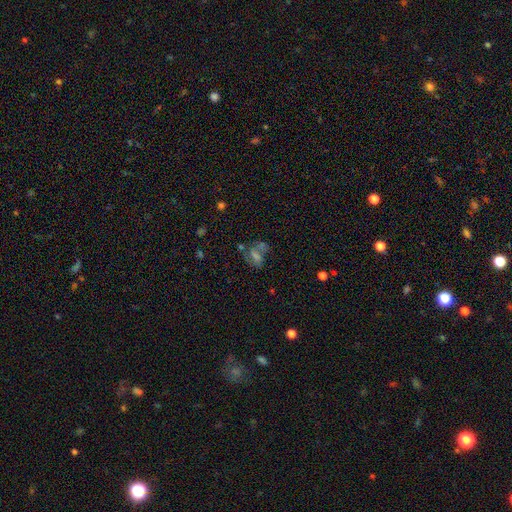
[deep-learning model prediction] Overall: featured or disk (42%; star or artifact 29%). Merging: none (44%; merger 20%).